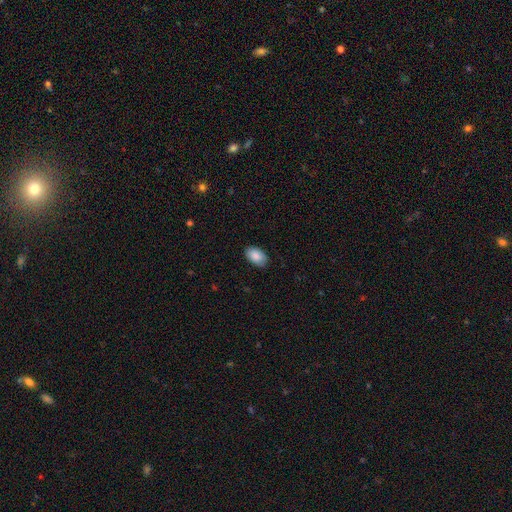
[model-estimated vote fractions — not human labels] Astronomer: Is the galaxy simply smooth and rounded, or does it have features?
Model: smooth — 87%.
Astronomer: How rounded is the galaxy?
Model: in between — 92%.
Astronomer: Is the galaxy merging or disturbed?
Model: none — 85%.